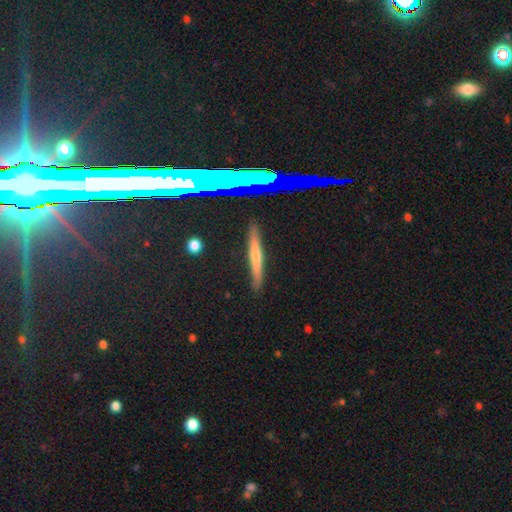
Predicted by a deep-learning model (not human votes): The model was most divided on "smooth or featured": featured or disk: 47%, smooth: 41%, star or artifact: 12%. More confident: merging — none (88%).